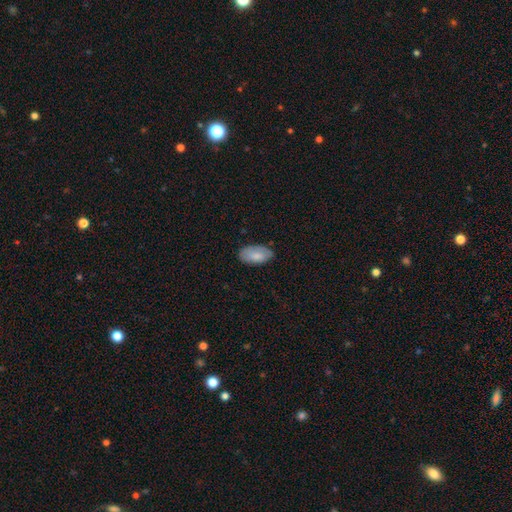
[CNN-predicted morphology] Smooth or featured?
  - smooth: 81% *
  - featured or disk: 13%
  - star or artifact: 6%
How rounded?
  - in between: 95% *
  - round: 3%
  - cigar-shaped: 3%
Merging?
  - none: 76% *
  - minor disturbance: 19%
  - major disturbance: 4%
  - merger: 1%